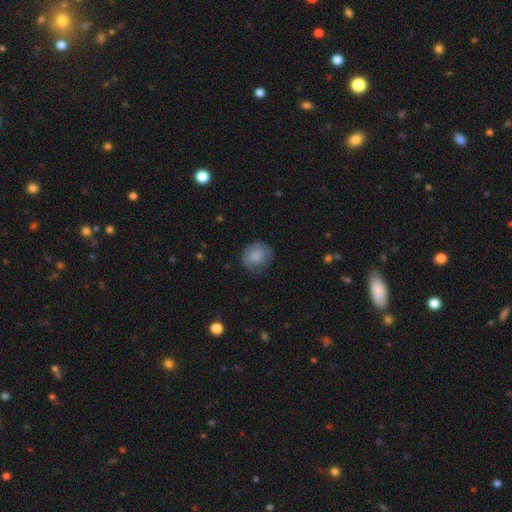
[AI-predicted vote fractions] Overall: smooth (83%). How rounded: round (74%). Merging: none (70%).